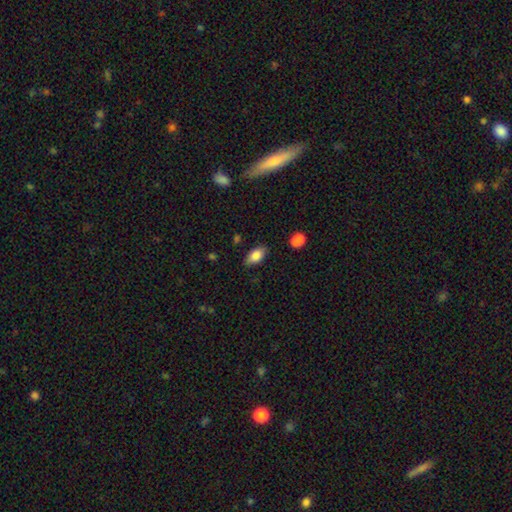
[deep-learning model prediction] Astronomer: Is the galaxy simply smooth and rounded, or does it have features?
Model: smooth — 83%.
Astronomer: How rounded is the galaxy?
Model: in between — 90%.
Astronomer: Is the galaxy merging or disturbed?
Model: none — 82%.